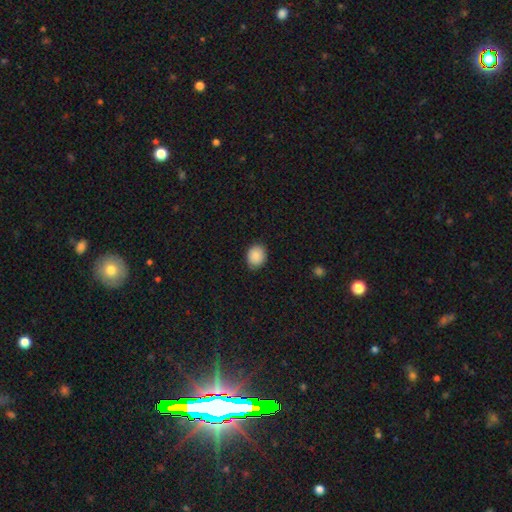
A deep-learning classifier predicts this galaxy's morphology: Smooth or featured? smooth (89%)
How rounded? round (60%)
Merging? none (86%)